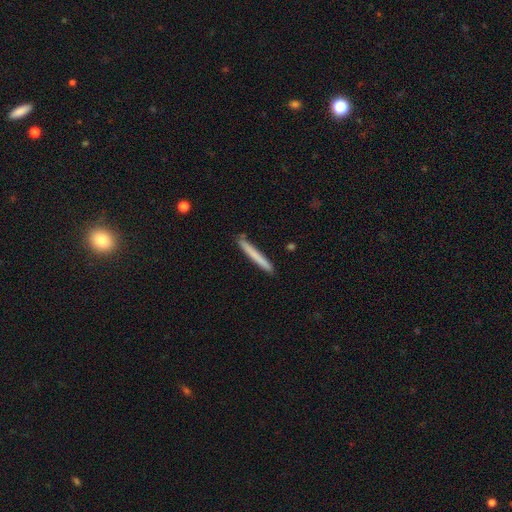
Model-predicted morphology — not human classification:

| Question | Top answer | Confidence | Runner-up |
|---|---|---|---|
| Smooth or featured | smooth | 71% | featured or disk (24%) |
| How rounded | cigar-shaped | 97% | in between (2%) |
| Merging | none | 89% | minor disturbance (8%) |